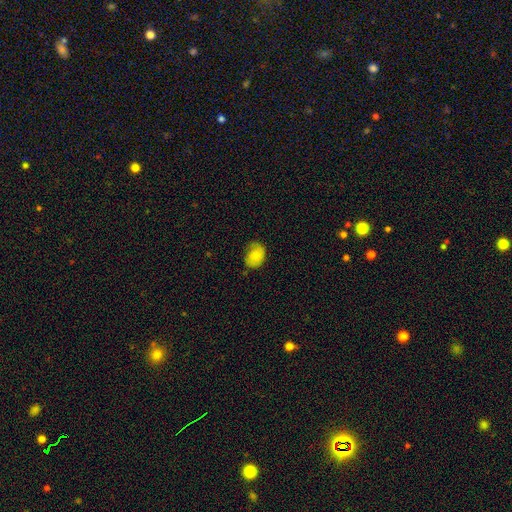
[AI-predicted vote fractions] smooth_or_featured: smooth (p=0.74) [alt: featured or disk p=0.18]
how_rounded: in between (p=0.64) [alt: round p=0.35]
merging: none (p=0.60) [alt: minor disturbance p=0.30]